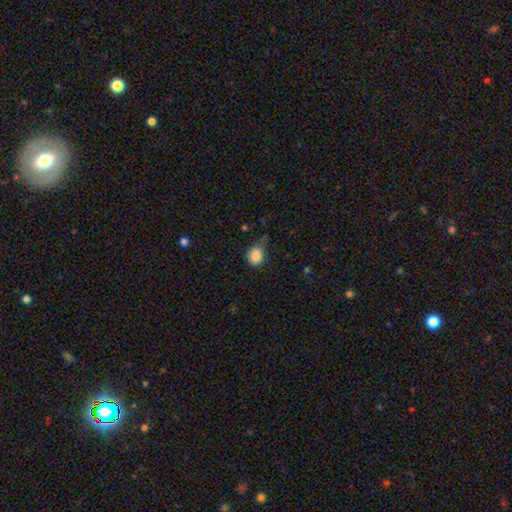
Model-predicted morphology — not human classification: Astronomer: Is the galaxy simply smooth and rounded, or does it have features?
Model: smooth — 86%.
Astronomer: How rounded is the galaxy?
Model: round — 72%.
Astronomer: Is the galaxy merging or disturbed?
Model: none — 60%.